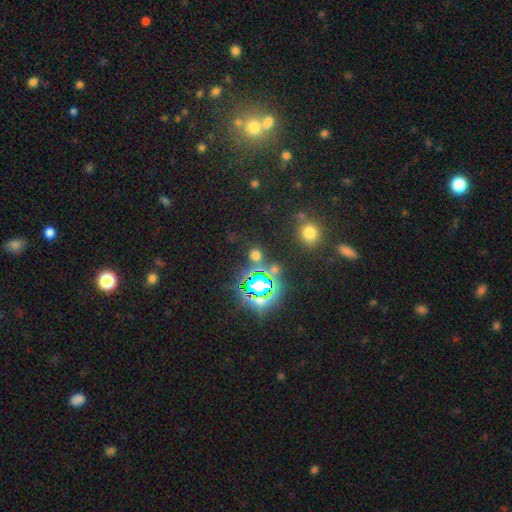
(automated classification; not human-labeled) Smooth or featured? star or artifact (46%, tied with smooth)